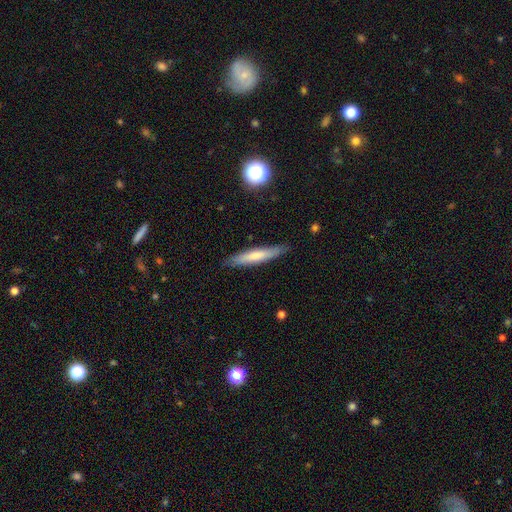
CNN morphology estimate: type=smooth (66%); roundness=cigar-shaped (90%); merging=none (87%).